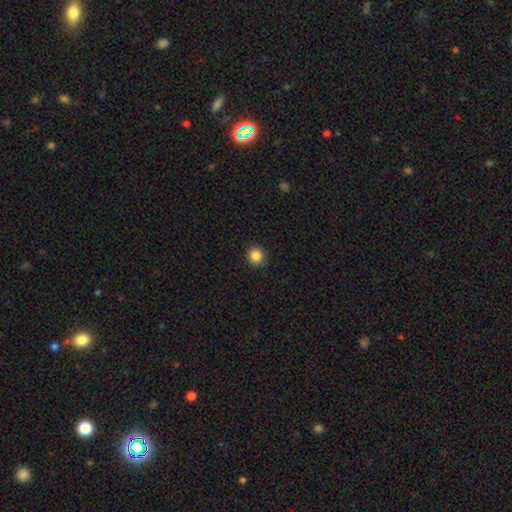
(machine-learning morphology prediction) smooth_or_featured: smooth (p=0.86) [alt: star or artifact p=0.10]
how_rounded: round (p=0.92) [alt: in between p=0.07]
merging: none (p=0.91) [alt: minor disturbance p=0.06]